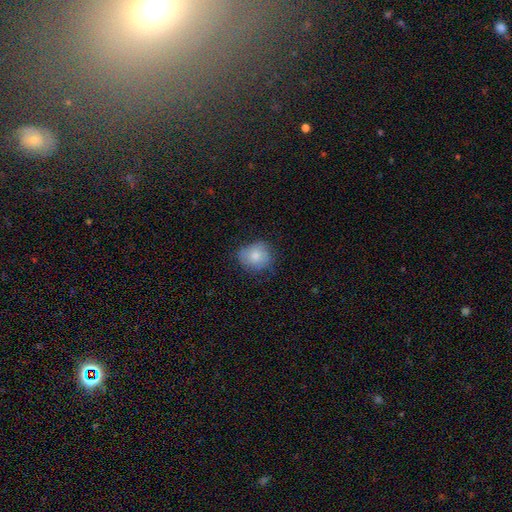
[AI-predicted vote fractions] Smooth or featured? smooth (80%)
How rounded? round (60%)
Merging? none (65%)